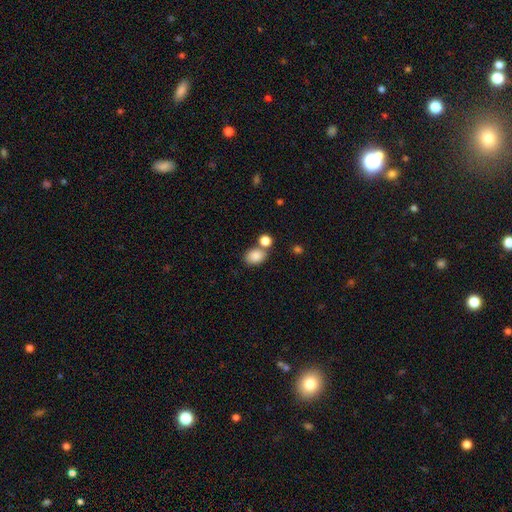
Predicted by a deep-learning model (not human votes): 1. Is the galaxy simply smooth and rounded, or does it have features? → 86% smooth, 9% star or artifact, 5% featured or disk.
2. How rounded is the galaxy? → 70% in between, 29% round, 1% cigar-shaped.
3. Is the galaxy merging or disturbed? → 57% none, 27% merger, 11% minor disturbance, 4% major disturbance.